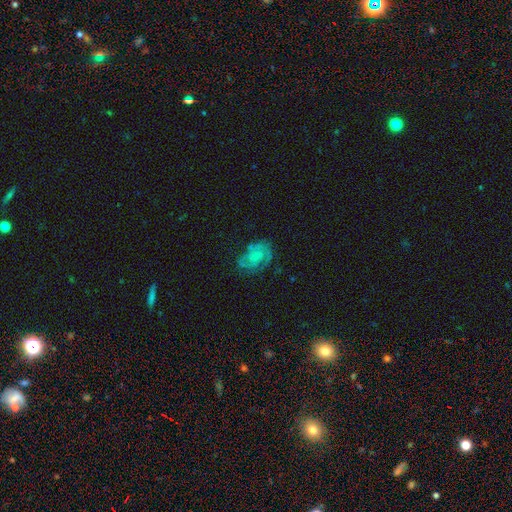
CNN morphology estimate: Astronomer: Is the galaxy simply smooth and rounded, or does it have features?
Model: featured or disk — 70%.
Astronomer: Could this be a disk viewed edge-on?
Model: no — 98%.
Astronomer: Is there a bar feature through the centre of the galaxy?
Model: no — 74%.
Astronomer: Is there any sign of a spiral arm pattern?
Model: yes — 87%.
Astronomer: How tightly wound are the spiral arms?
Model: tight — 49% (runner-up: medium, 38%).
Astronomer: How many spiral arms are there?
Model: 2 — 45% (runner-up: can't tell, 27%).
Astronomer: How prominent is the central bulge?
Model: small — 59%.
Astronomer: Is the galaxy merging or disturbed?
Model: none — 61%.